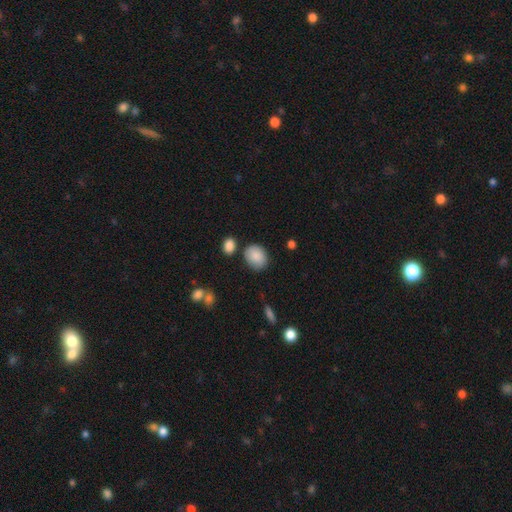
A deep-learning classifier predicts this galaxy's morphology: smooth 87%, star or artifact 7%, featured or disk 6%. Down the decision tree: how rounded — in between (50%); merging — none (74%).